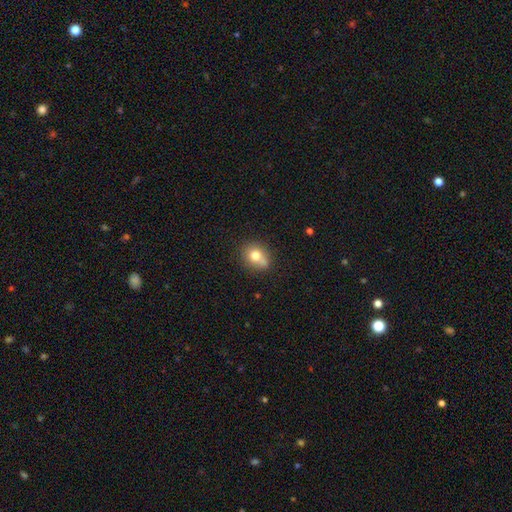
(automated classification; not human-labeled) Smooth or featured?
  - smooth: 74% *
  - featured or disk: 15%
  - star or artifact: 11%
How rounded?
  - round: 63% *
  - in between: 36%
  - cigar-shaped: 1%
Merging?
  - none: 57% *
  - merger: 19%
  - minor disturbance: 19%
  - major disturbance: 5%